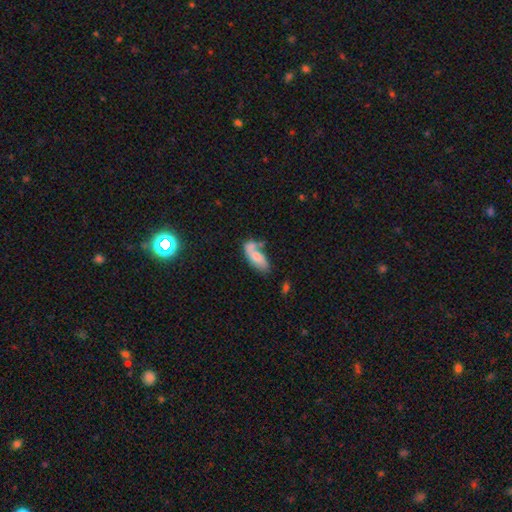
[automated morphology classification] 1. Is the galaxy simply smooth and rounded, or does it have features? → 63% smooth, 29% featured or disk, 7% star or artifact.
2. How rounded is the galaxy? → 79% in between, 18% cigar-shaped, 3% round.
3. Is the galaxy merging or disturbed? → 37% none, 34% merger, 19% minor disturbance, 10% major disturbance.